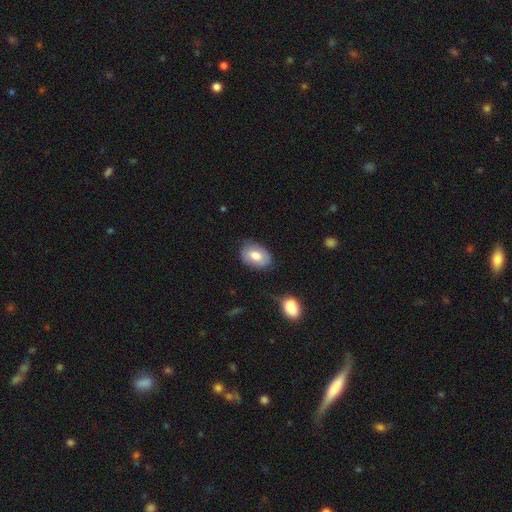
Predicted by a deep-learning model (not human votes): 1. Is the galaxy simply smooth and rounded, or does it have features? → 71% smooth, 22% featured or disk, 7% star or artifact.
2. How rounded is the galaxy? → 80% in between, 18% round, 1% cigar-shaped.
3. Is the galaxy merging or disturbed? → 76% none, 17% minor disturbance, 4% major disturbance, 2% merger.